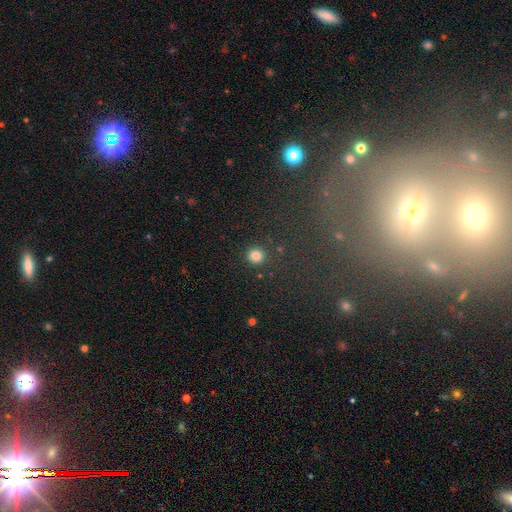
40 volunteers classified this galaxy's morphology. This appears to be a smooth galaxy with no disk features (78%) that is round (97%). Merging: none (94%).